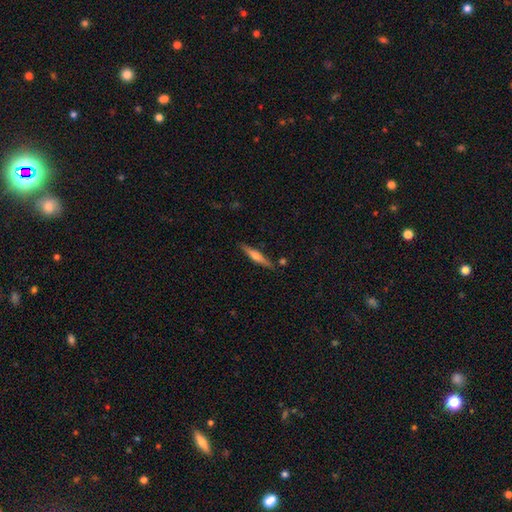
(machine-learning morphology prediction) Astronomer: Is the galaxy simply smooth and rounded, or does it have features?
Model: featured or disk — 57% (runner-up: smooth, 36%).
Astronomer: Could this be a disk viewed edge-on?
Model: yes — 96%.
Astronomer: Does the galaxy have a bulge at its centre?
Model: rounded — 84%.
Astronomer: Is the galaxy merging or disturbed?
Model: none — 85%.